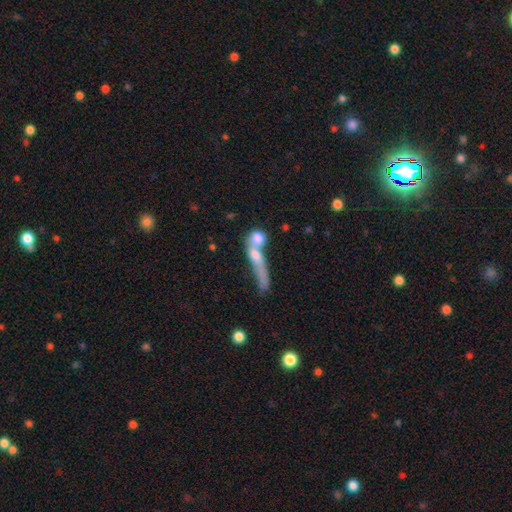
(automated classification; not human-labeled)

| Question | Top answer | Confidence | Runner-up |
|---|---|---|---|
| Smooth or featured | smooth | 57% | featured or disk (33%) |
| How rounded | cigar-shaped | 55% | in between (25%) |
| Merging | merger | 56% | none (19%) |